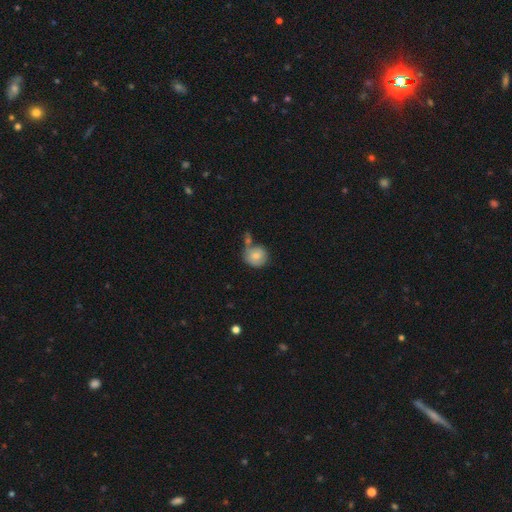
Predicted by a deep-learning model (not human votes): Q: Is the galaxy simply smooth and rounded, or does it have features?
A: smooth — 76%.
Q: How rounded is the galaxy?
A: round — 86%.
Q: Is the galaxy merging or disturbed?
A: none — 47%.